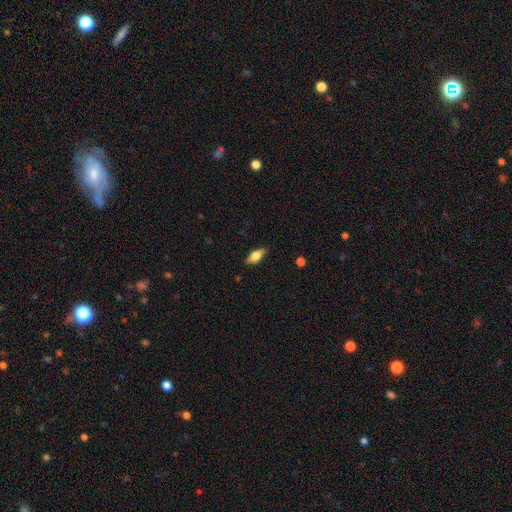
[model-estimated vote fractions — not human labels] Smooth or featured? Predicted: smooth (p=0.61). How rounded? Predicted: in between (p=0.78). Merging? Predicted: none (p=0.85).